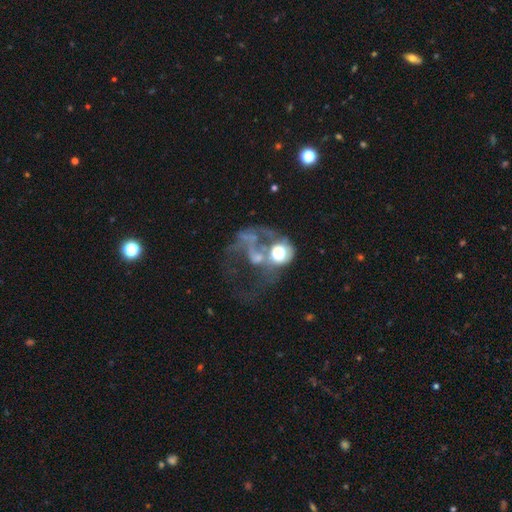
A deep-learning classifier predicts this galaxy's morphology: Smooth or featured? Predicted: featured or disk (p=0.55). Edge-on disk? Predicted: no (p=0.97). Bar? Predicted: no (p=0.84). Spiral arms? Predicted: no (p=0.74). Bulge size? Predicted: moderate (p=0.39). Merging? Predicted: major disturbance (p=0.41).